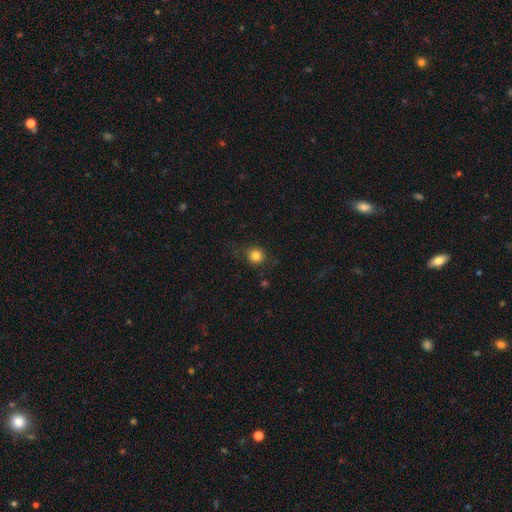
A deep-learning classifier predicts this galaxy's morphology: Smooth or featured? smooth (82%)
How rounded? round (91%)
Merging? none (82%)